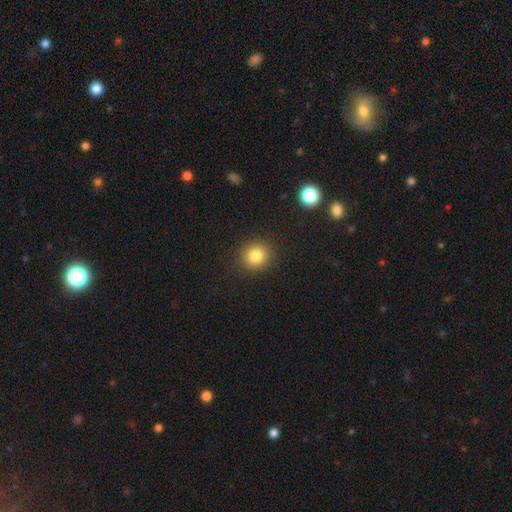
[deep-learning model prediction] smooth-or-featured: smooth: 82% | star or artifact: 12% | featured or disk: 6%
  how-rounded: round: 90% | in between: 9% | cigar-shaped: 1%
  merging: none: 90% | minor disturbance: 6% | major disturbance: 2% | merger: 1%